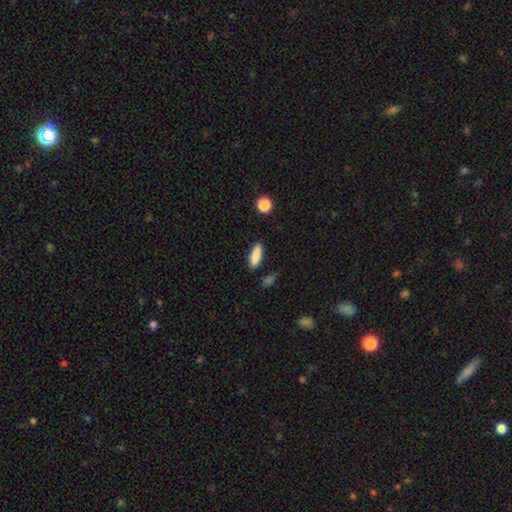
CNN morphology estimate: A smooth galaxy with no disk features (85%) that is in between round and cigar-shaped (58%). Merging: none (84%).